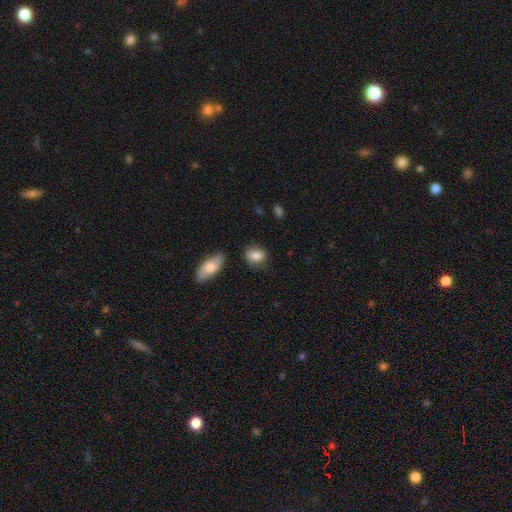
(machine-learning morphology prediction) smooth-or-featured: smooth: 78% | featured or disk: 14% | star or artifact: 8%
  how-rounded: in between: 61% | round: 37% | cigar-shaped: 2%
  merging: none: 71% | minor disturbance: 19% | major disturbance: 5% | merger: 5%